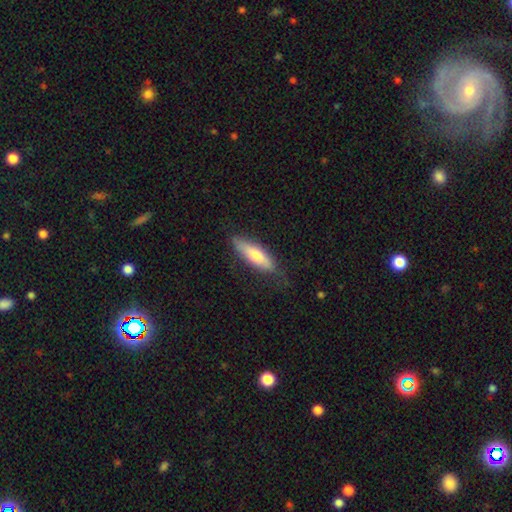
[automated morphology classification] This appears to be a smooth galaxy with no disk features (63%) that is cigar-shaped (58%). Merging: none (75%).